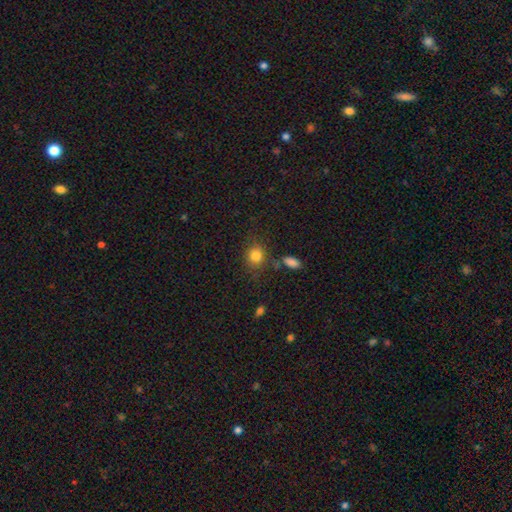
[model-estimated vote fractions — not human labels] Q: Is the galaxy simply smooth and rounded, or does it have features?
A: smooth — 83%.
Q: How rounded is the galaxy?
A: round — 77%.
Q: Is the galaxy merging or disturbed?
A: none — 75%.